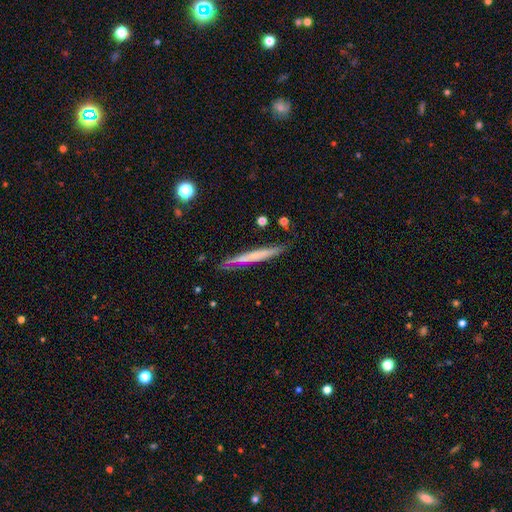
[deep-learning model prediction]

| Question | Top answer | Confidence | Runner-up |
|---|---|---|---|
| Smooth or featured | featured or disk | 47% | tied: smooth (47%) |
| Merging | none | 78% | minor disturbance (16%) |